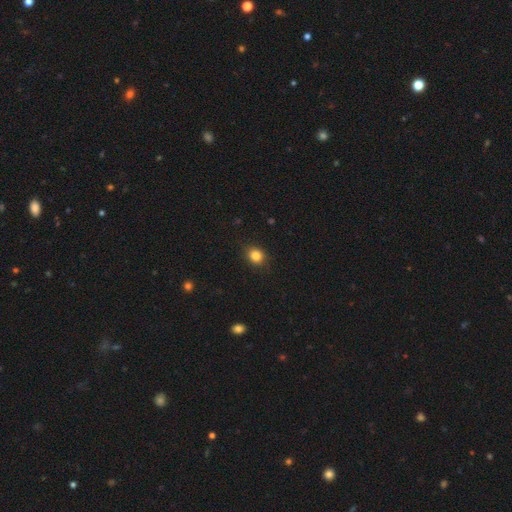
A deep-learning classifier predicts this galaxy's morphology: smooth 84%, star or artifact 11%, featured or disk 5%. Down the decision tree: how rounded — round (70%); merging — none (87%).